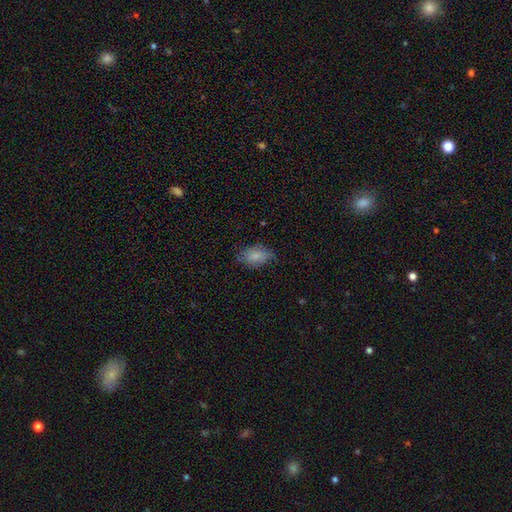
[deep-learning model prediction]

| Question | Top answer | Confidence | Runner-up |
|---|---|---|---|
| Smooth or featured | smooth | 79% | featured or disk (13%) |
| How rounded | in between | 88% | round (11%) |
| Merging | none | 61% | minor disturbance (29%) |